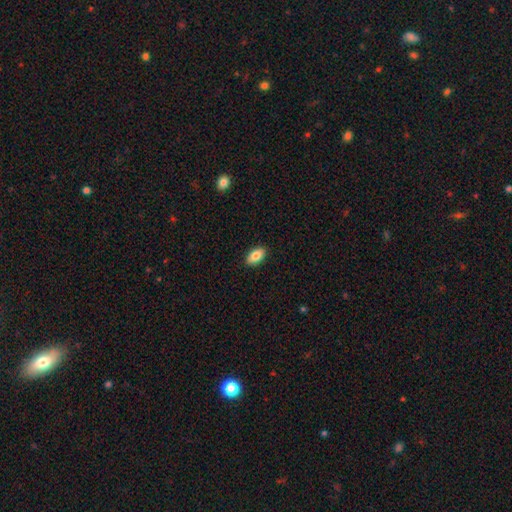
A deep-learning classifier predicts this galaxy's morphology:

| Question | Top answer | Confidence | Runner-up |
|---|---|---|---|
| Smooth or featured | smooth | 84% | featured or disk (9%) |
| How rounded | in between | 92% | round (5%) |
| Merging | none | 90% | minor disturbance (7%) |